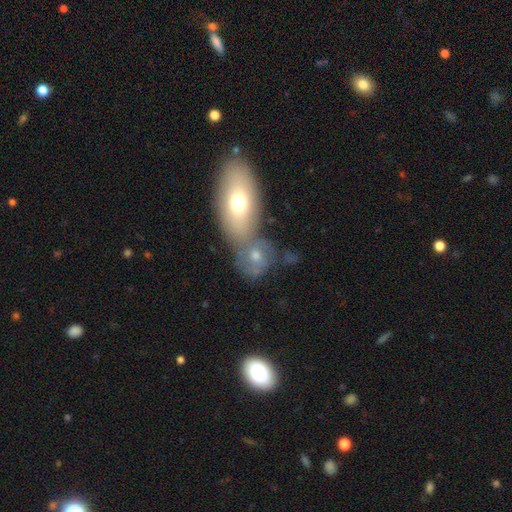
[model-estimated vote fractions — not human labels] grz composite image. It shows a smooth galaxy with no disk features (56%) that is in between round and cigar-shaped (58%). Merging: merger (53%).